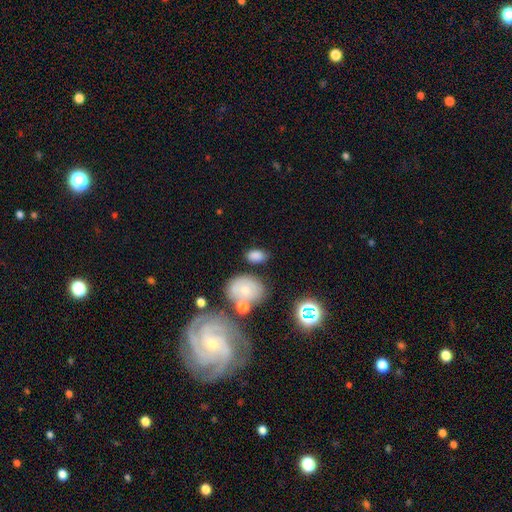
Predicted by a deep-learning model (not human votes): smooth-or-featured: smooth: 80% | star or artifact: 11% | featured or disk: 9%
  how-rounded: in between: 85% | round: 13% | cigar-shaped: 2%
  merging: none: 70% | minor disturbance: 16% | merger: 9% | major disturbance: 5%